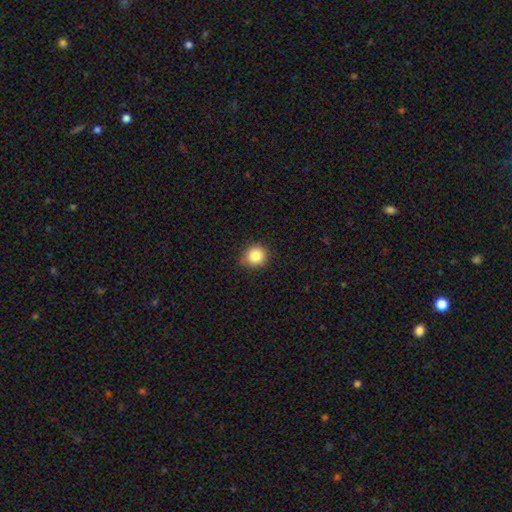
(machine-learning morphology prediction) Smooth or featured? smooth (84%)
How rounded? round (90%)
Merging? none (79%)